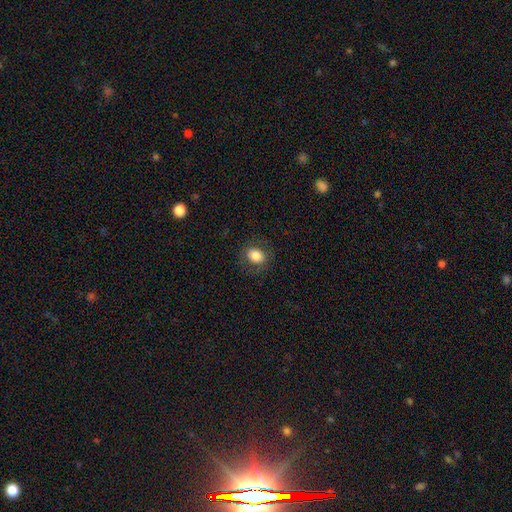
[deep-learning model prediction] Morphology: type=smooth (82%); roundness=in between (60%); merging=none (83%).